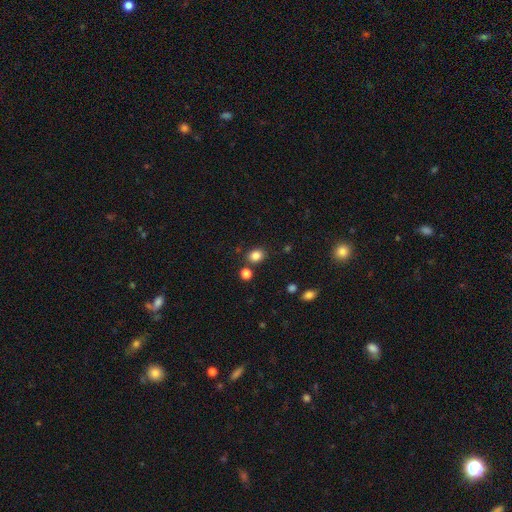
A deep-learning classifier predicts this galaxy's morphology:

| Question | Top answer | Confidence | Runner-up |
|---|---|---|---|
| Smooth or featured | smooth | 84% | star or artifact (12%) |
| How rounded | round | 53% | in between (47%) |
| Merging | none | 79% | minor disturbance (10%) |